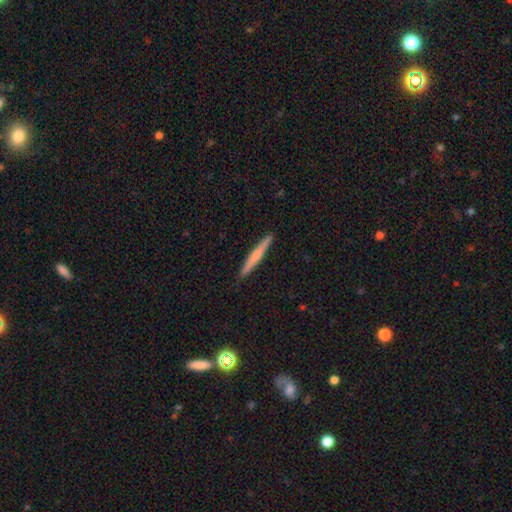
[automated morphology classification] The model was most divided on "smooth or featured": smooth: 53%, featured or disk: 42%, star or artifact: 5%. More confident: how rounded — cigar-shaped (96%); merging — none (91%).